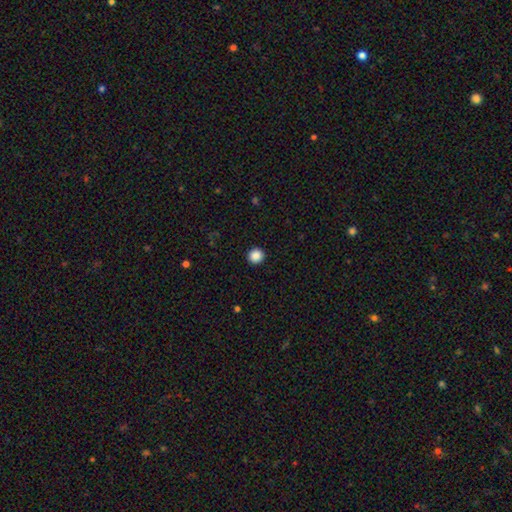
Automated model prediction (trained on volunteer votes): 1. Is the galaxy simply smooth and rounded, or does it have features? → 88% smooth, 10% star or artifact, 3% featured or disk.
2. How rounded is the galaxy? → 94% round, 5% in between, 1% cigar-shaped.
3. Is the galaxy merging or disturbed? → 93% none, 4% minor disturbance, 2% major disturbance, 1% merger.